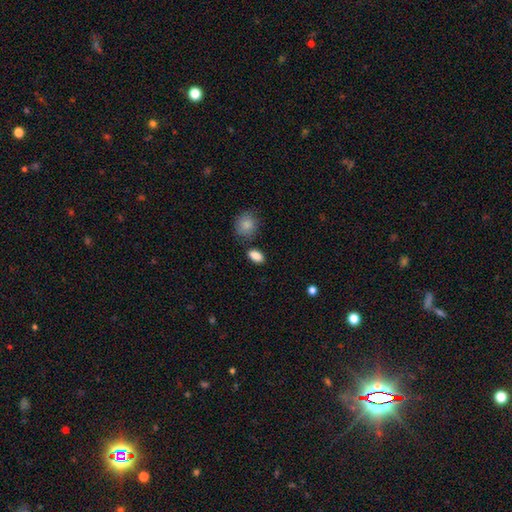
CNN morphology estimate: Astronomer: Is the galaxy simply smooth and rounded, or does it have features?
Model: smooth — 88%.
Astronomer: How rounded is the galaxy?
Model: in between — 89%.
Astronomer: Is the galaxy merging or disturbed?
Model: none — 81%.